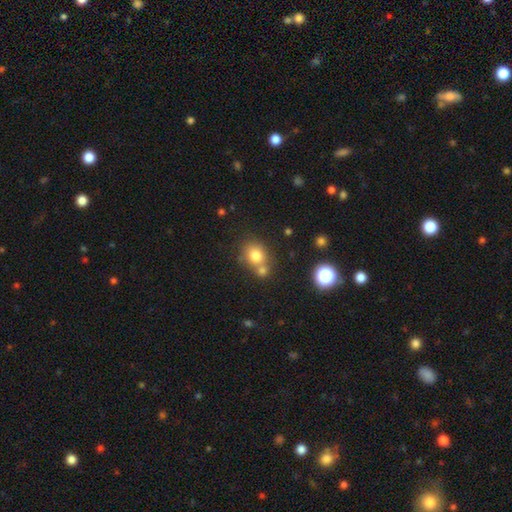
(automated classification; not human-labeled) smooth-or-featured: smooth: 77% | star or artifact: 13% | featured or disk: 10%
  how-rounded: round: 72% | in between: 27% | cigar-shaped: 1%
  merging: none: 51% | merger: 35% | minor disturbance: 10% | major disturbance: 3%